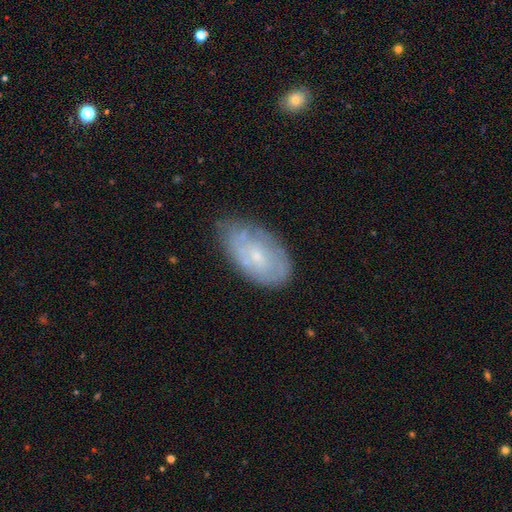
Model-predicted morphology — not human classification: Smooth or featured? Predicted: featured or disk (p=0.50). Merging? Predicted: none (p=0.65).